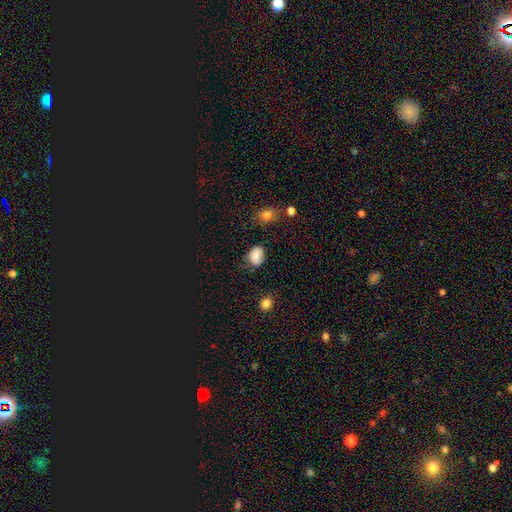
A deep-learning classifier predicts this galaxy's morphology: A smooth galaxy with no disk features (81%) that is in between round and cigar-shaped (63%). Merging: none (62%).